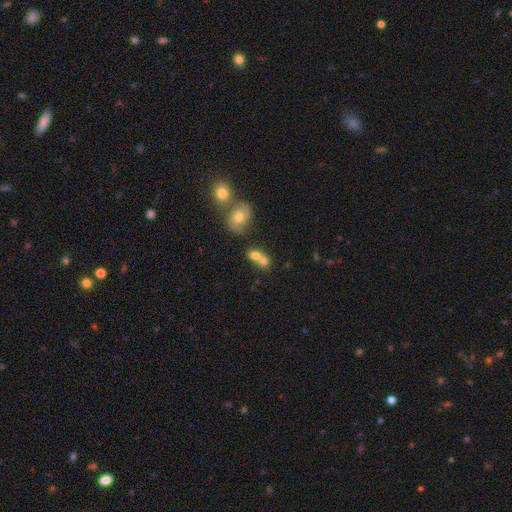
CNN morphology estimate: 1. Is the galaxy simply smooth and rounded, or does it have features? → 71% smooth, 19% featured or disk, 10% star or artifact.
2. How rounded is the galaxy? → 49% round (tied), 49% in between (tied), 2% cigar-shaped.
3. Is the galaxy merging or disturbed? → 61% merger, 27% none, 8% minor disturbance, 4% major disturbance.